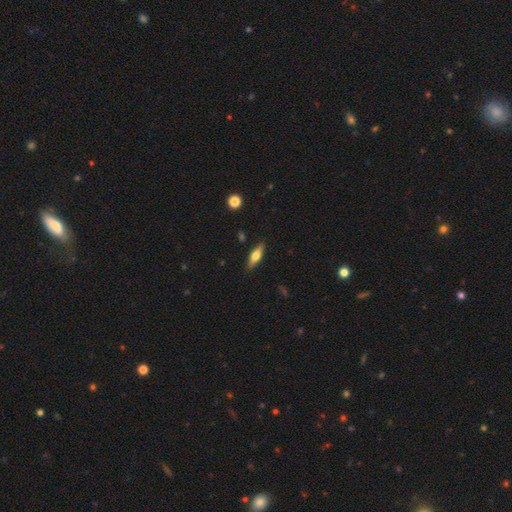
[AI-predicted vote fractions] smooth_or_featured: smooth (p=0.50) [alt: featured or disk p=0.43]
how_rounded: cigar-shaped (p=0.53) [alt: in between p=0.44]
merging: none (p=0.87) [alt: minor disturbance p=0.10]